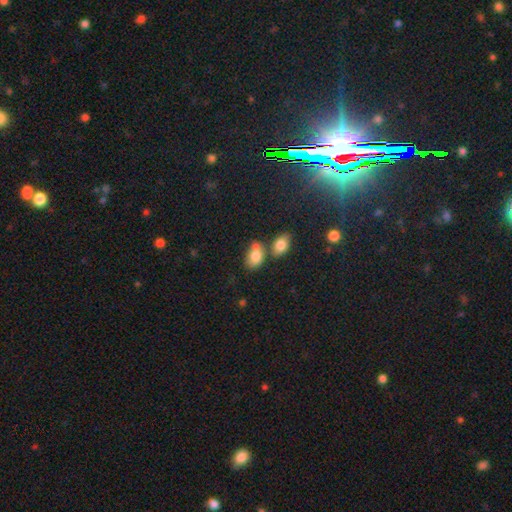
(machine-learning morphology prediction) Smooth or featured? smooth (80%)
How rounded? in between (80%)
Merging? merger (43%)